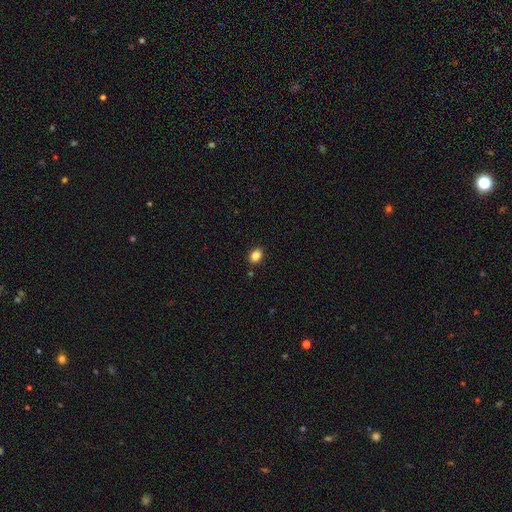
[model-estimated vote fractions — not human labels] Morphology: type=smooth (85%); roundness=in between (66%); merging=none (88%).